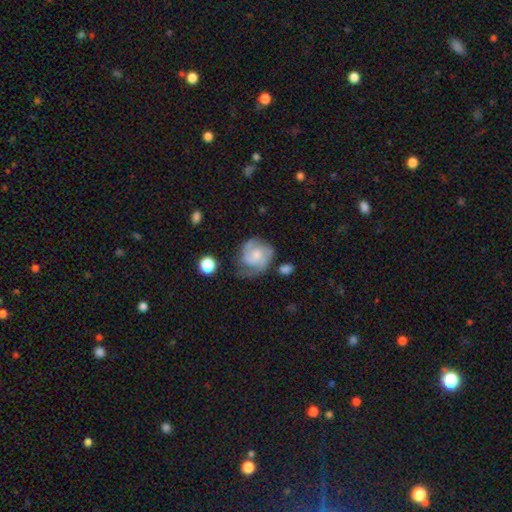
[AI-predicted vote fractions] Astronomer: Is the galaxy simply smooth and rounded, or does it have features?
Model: featured or disk — 68%.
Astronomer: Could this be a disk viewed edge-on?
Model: no — 98%.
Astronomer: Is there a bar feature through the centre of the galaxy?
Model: no — 68%.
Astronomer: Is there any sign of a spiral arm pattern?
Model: yes — 91%.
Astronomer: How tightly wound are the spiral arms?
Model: medium — 43% (runner-up: tight, 41%).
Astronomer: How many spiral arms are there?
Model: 2 — 38% (runner-up: 3, 28%).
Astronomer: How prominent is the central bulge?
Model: small — 47% (runner-up: moderate, 38%).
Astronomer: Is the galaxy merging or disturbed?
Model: none — 53%.